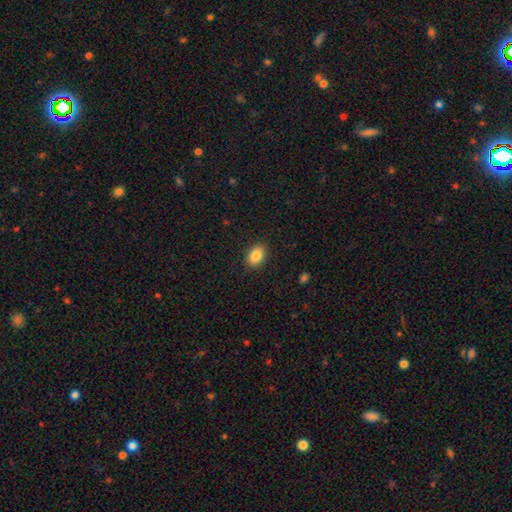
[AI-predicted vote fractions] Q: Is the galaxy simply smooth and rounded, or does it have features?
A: smooth — 86%.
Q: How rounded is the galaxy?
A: in between — 85%.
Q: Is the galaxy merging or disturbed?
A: none — 88%.